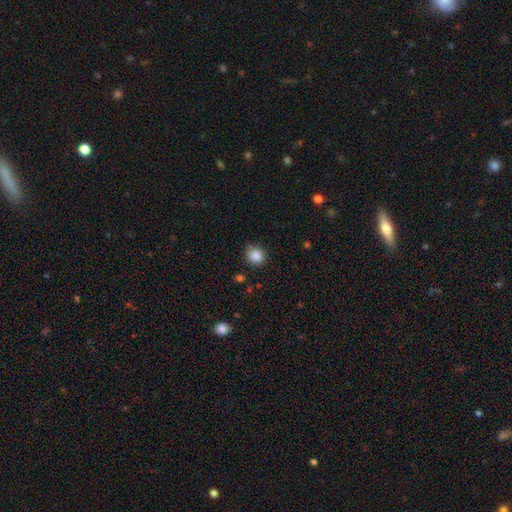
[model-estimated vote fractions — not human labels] This is clearly a smooth galaxy (86%). How rounded: clearly round (87%). Merging: likely none (78%).